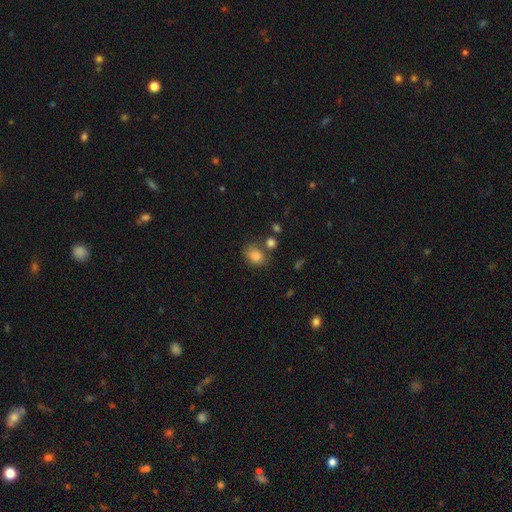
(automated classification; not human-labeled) This appears to be a smooth galaxy with no disk features (82%) that is in between round and cigar-shaped (59%). Merging: none (59%).